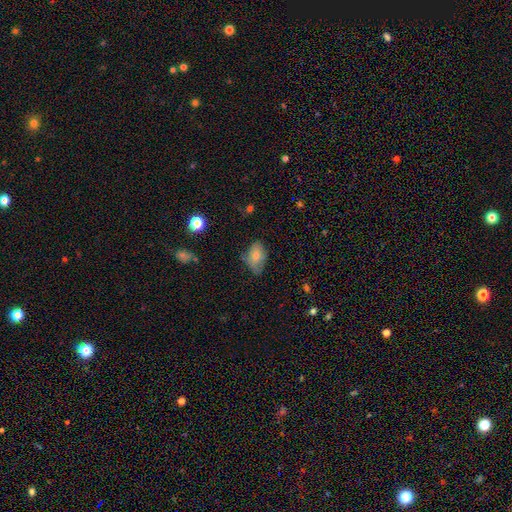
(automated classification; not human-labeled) Smooth or featured: smooth — 65% (featured or disk — 24%)
How rounded: in between — 85% (round — 12%)
Merging: none — 55% (minor disturbance — 34%)